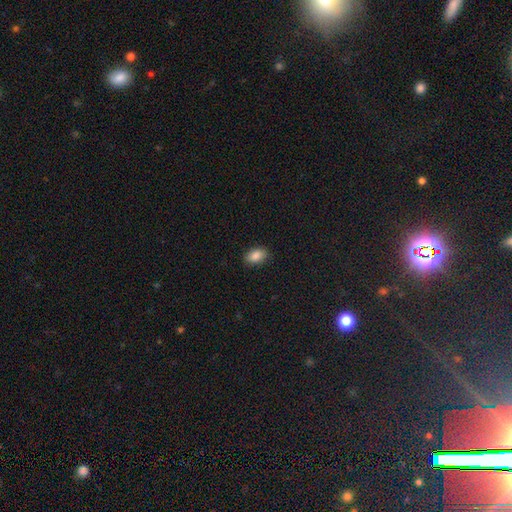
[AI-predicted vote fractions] Smooth or featured? Predicted: smooth (p=0.87). How rounded? Predicted: in between (p=0.89). Merging? Predicted: none (p=0.87).